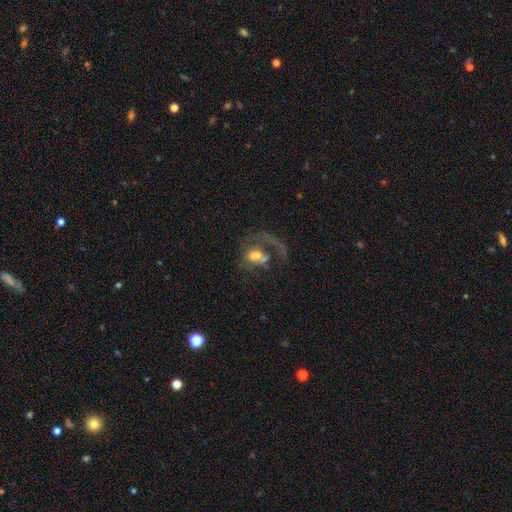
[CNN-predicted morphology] Smooth or featured?
  - featured or disk: 52% *
  - smooth: 34%
  - star or artifact: 14%
Edge-on disk?
  - no: 96% *
  - yes: 4%
Bar?
  - no: 74% *
  - weak: 20%
  - strong: 6%
Spiral arms?
  - no: 54% *
  - yes: 46%
Bulge size?
  - moderate: 51% *
  - large: 19%
  - small: 17%
  - none: 9%
  - dominant: 4%
Merging?
  - major disturbance: 36% *
  - merger: 33%
  - none: 21%
  - minor disturbance: 10%